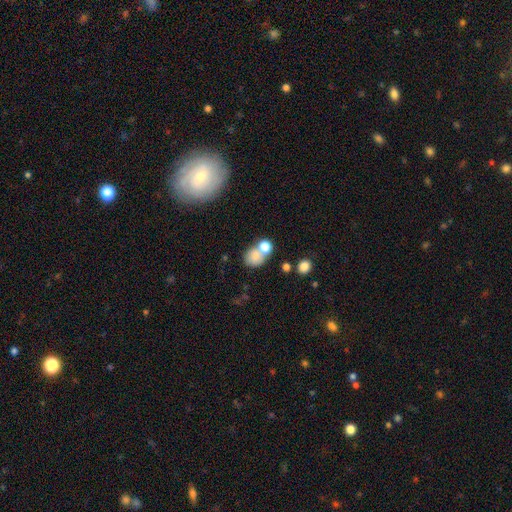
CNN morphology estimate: A smooth galaxy with no disk features (77%) that is round (64%).

Vote fractions:
- Smooth or featured? smooth: 77% / featured or disk: 11% / star or artifact: 11%
- How rounded? round: 64% / in between: 35% / cigar-shaped: 1%
- Merging? merger: 41% (tied) / none: 41% (tied) / minor disturbance: 12% / major disturbance: 6%